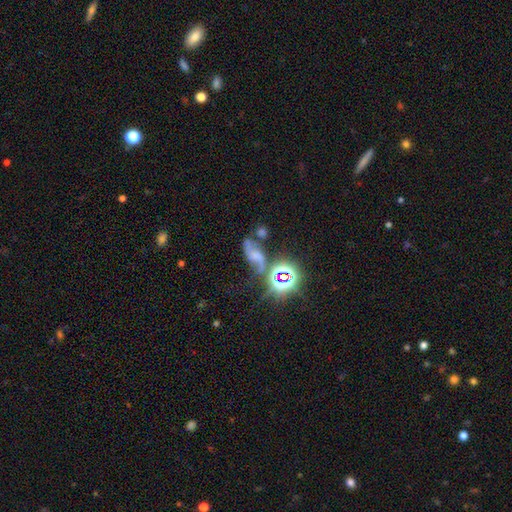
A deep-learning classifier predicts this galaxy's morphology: Smooth or featured?
  - featured or disk: 50% *
  - star or artifact: 27%
  - smooth: 23%
Merging?
  - none: 46% *
  - minor disturbance: 20%
  - merger: 17%
  - major disturbance: 17%